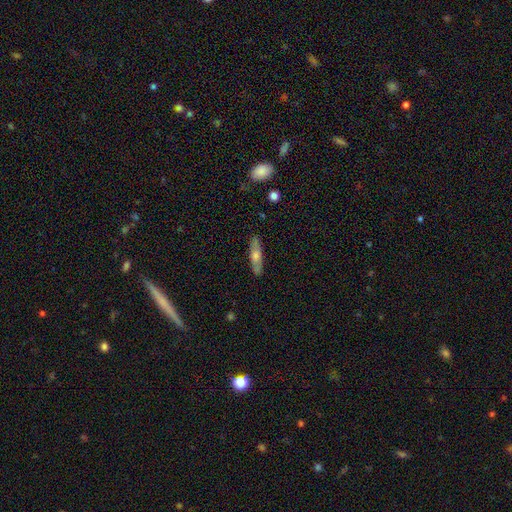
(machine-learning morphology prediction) Smooth or featured? Predicted: smooth (p=0.49). Merging? Predicted: none (p=0.84).